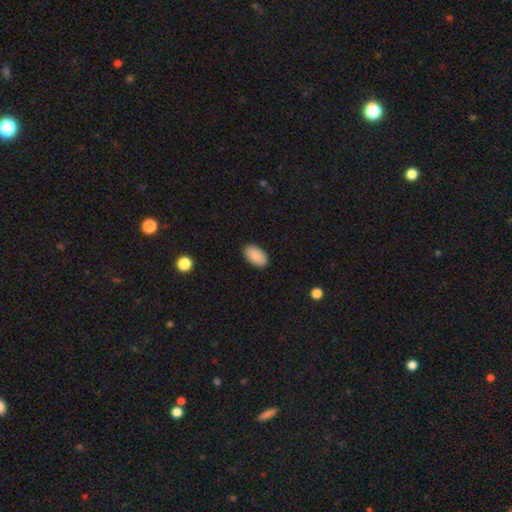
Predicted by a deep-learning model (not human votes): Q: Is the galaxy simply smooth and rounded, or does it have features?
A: smooth — 89%.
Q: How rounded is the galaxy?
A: in between — 95%.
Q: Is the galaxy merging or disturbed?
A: none — 89%.